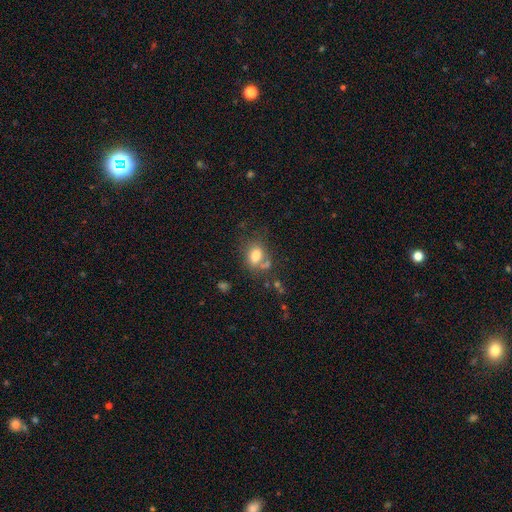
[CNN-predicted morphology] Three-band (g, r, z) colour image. It shows a smooth galaxy with no disk features (78%) that is in between round and cigar-shaped (68%). Merging: none (53%).